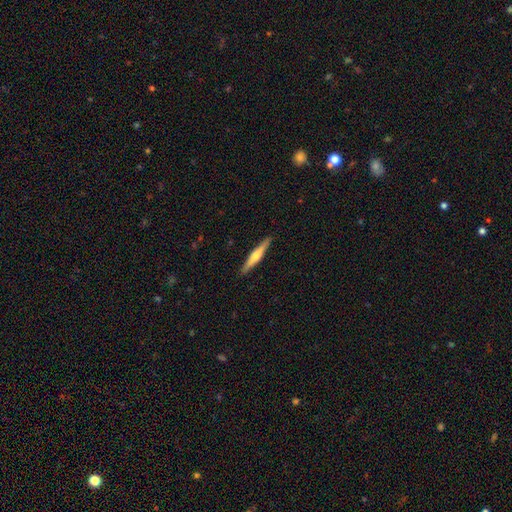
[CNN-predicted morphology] This appears to be a featured or disk galaxy (58%) viewed edge-on (97%) with a rounded central bulge (83%). Merging: none (91%).